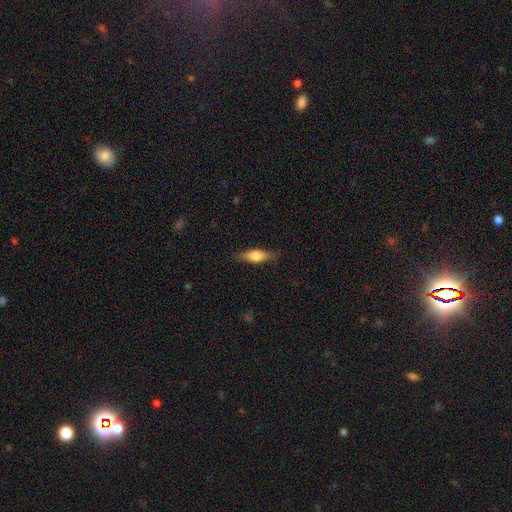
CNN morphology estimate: Q: Smooth or featured?
A: smooth (60%); runner-up: featured or disk (33%)
Q: How rounded?
A: in between (56%); runner-up: cigar-shaped (40%)
Q: Merging?
A: none (82%); runner-up: minor disturbance (14%)